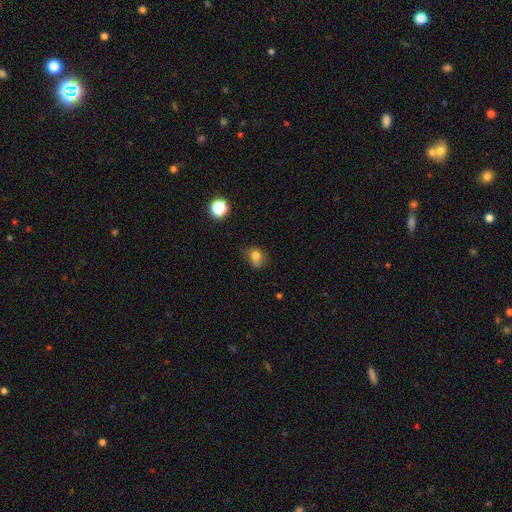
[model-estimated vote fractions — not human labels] smooth 75%, star or artifact 13%, featured or disk 12%. Down the decision tree: how rounded — round (52%); merging — none (50%).